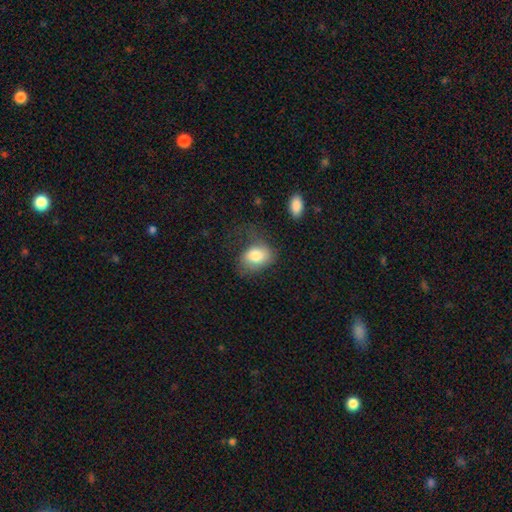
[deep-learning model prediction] This is likely a smooth galaxy (78%). How rounded: likely in between (72%). Merging: marginally none (42%).